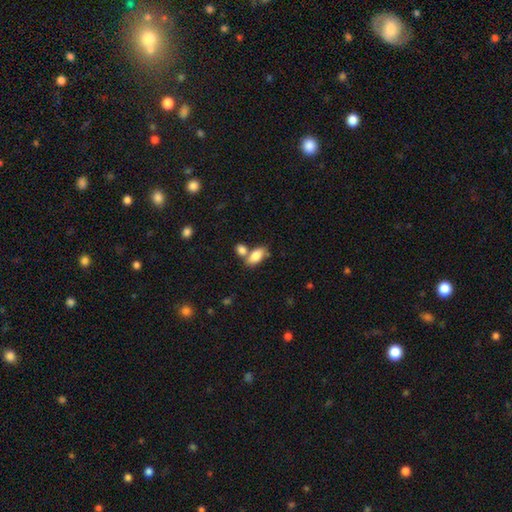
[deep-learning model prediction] A smooth galaxy with no disk features (79%) that is in between round and cigar-shaped (89%). Merging: none (44%).